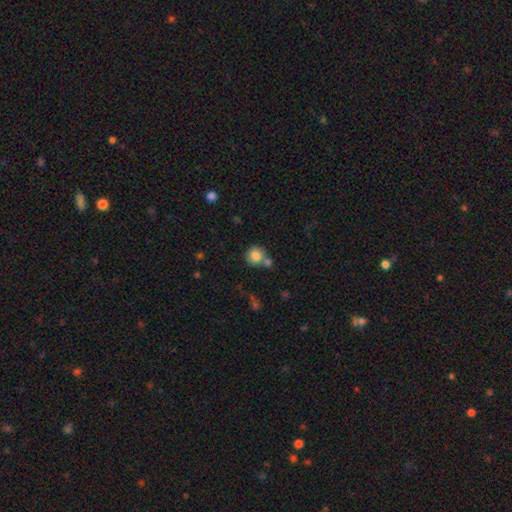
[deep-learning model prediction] A smooth galaxy with no disk features (82%) that is round (91%).

Vote fractions:
- Smooth or featured? smooth: 82% / star or artifact: 10% / featured or disk: 8%
- How rounded? round: 91% / in between: 8% / cigar-shaped: 1%
- Merging? none: 62% / merger: 24% / minor disturbance: 10% / major disturbance: 3%